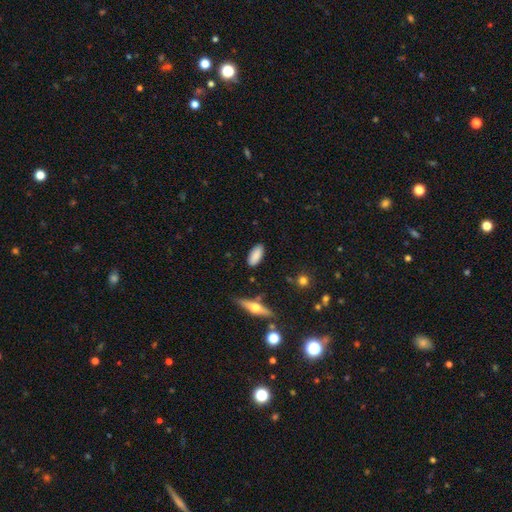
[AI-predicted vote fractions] This is clearly a smooth galaxy (85%). How rounded: clearly in between (84%). Merging: clearly none (85%).